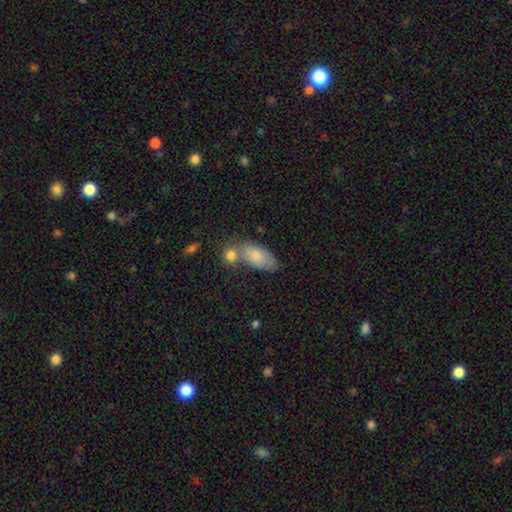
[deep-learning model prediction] Smooth or featured?
  - smooth: 80% *
  - featured or disk: 14%
  - star or artifact: 7%
How rounded?
  - in between: 90% *
  - cigar-shaped: 5%
  - round: 4%
Merging?
  - none: 49% *
  - merger: 27%
  - minor disturbance: 18%
  - major disturbance: 6%